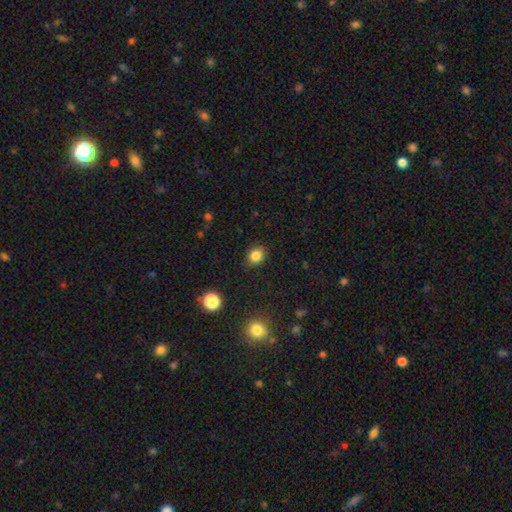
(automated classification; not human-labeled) Smooth or featured? smooth (83%)
How rounded? round (69%)
Merging? none (86%)